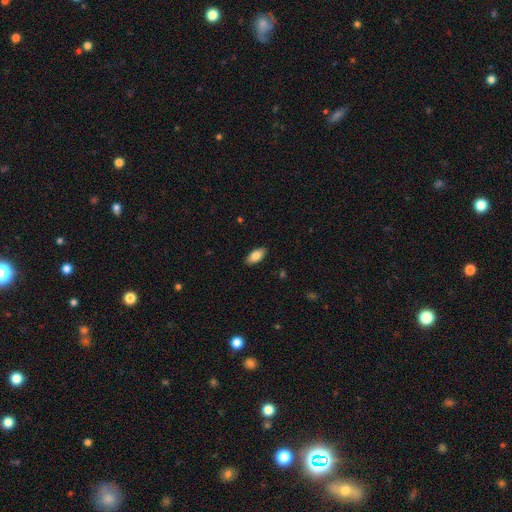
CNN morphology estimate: Overall: smooth (83%). How rounded: in between (91%). Merging: none (89%).